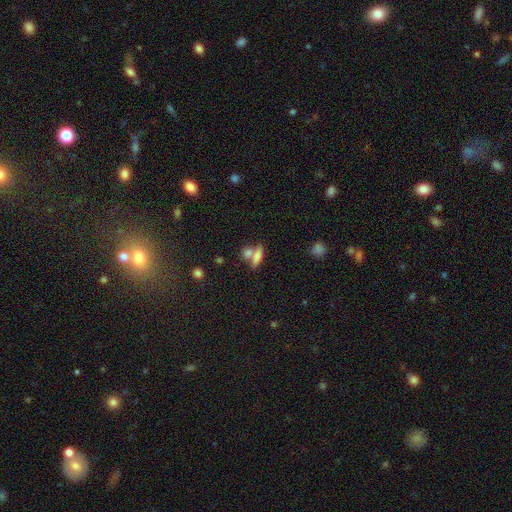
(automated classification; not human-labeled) A smooth galaxy with no disk features (72%) that is in between round and cigar-shaped (50%). Merging: none (44%).